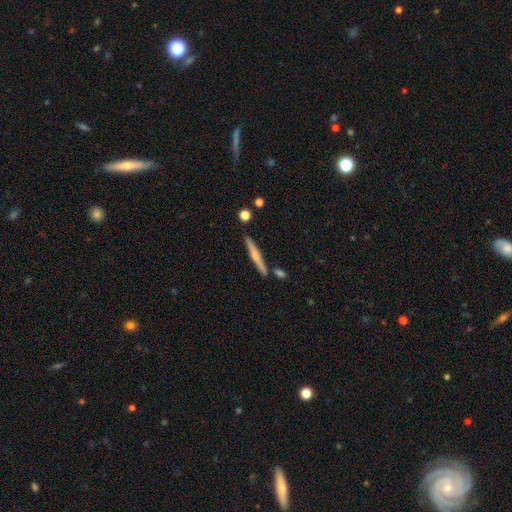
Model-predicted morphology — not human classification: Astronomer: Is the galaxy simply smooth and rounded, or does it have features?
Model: featured or disk — 52% (runner-up: smooth, 42%).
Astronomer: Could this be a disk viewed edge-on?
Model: yes — 97%.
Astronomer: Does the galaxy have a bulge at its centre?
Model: rounded — 66%.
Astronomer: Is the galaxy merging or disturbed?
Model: none — 84%.